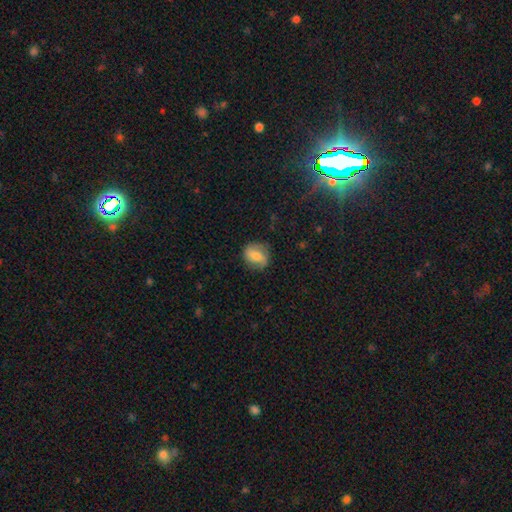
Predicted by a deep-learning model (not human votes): Smooth or featured: smooth — 67% (featured or disk — 25%)
How rounded: round — 56% (in between — 42%)
Merging: none — 76% (minor disturbance — 18%)